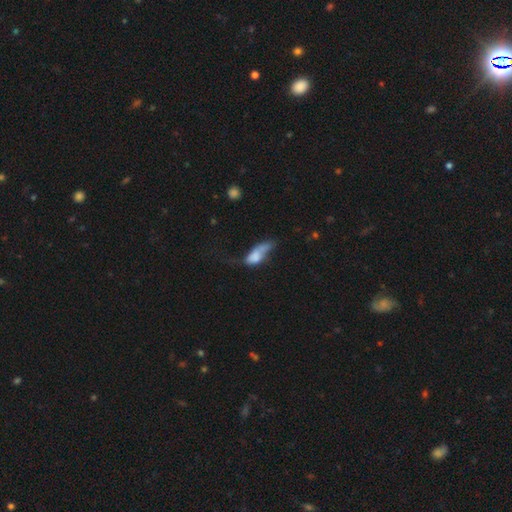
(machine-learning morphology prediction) This is likely a smooth galaxy (67%). How rounded: likely in between (75%). Merging: marginally major disturbance (38%).